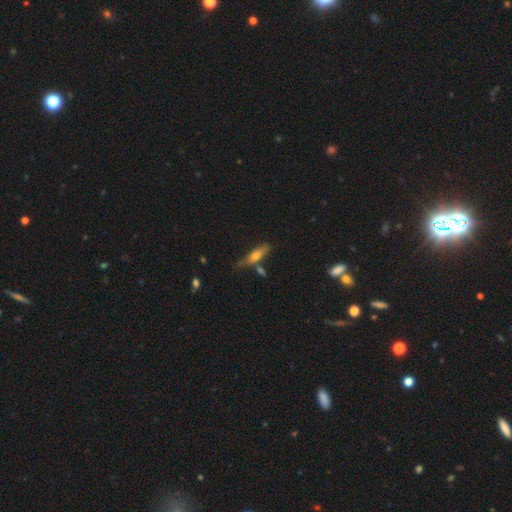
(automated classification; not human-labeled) This appears to be a smooth galaxy with no disk features (55%) that is cigar-shaped (66%). Merging: none (58%).